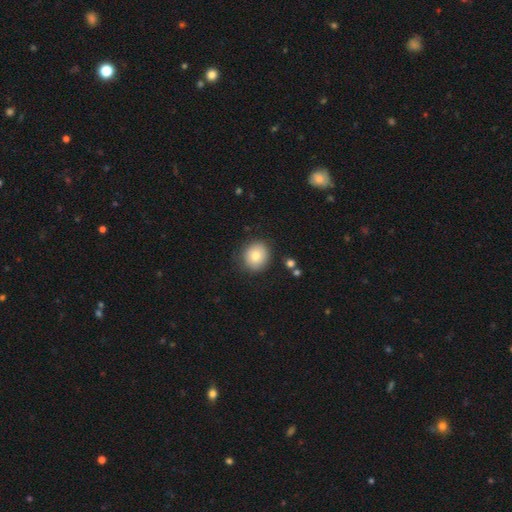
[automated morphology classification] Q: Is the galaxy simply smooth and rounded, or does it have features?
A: smooth — 80%.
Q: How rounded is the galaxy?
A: round — 80%.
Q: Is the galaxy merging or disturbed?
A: none — 85%.